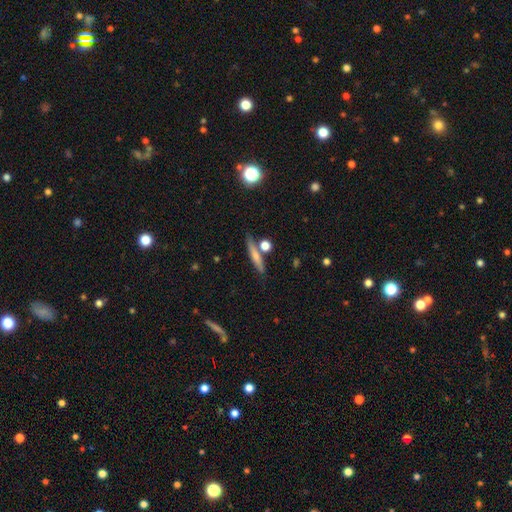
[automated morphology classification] type=smooth (65%); roundness=cigar-shaped (84%); merging=none (74%).